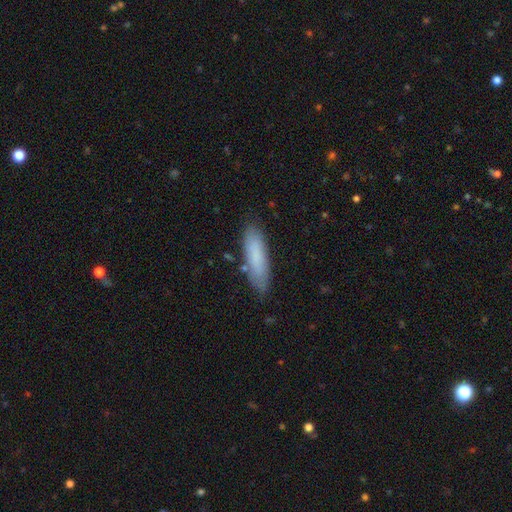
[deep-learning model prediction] This appears to be a smooth galaxy with no disk features (80%) that is cigar-shaped (64%). Merging: none (81%).